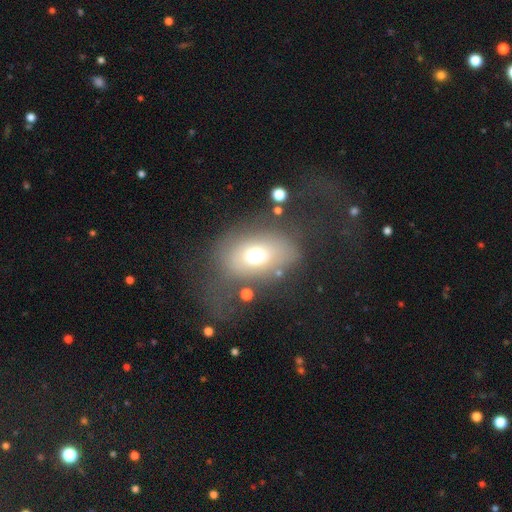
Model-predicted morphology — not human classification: smooth 65%, featured or disk 20%, star or artifact 14%. Down the decision tree: how rounded — in between (66%); merging — none (53%).